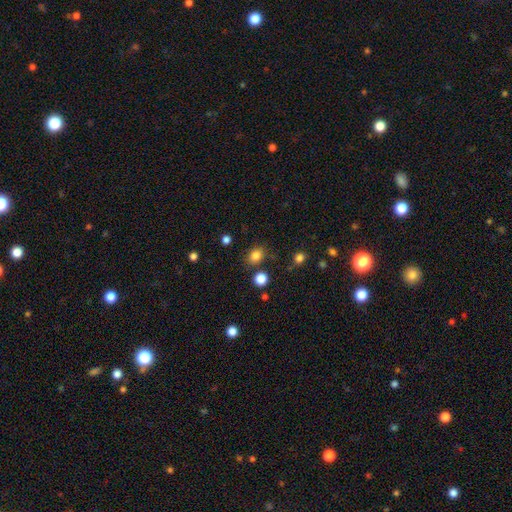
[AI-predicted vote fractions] A smooth galaxy with no disk features (82%) that is round (54%).

Vote fractions:
- Smooth or featured? smooth: 82% / star or artifact: 13% / featured or disk: 5%
- How rounded? round: 54% / in between: 45% / cigar-shaped: 1%
- Merging? none: 80% / minor disturbance: 12% / merger: 5% / major disturbance: 4%